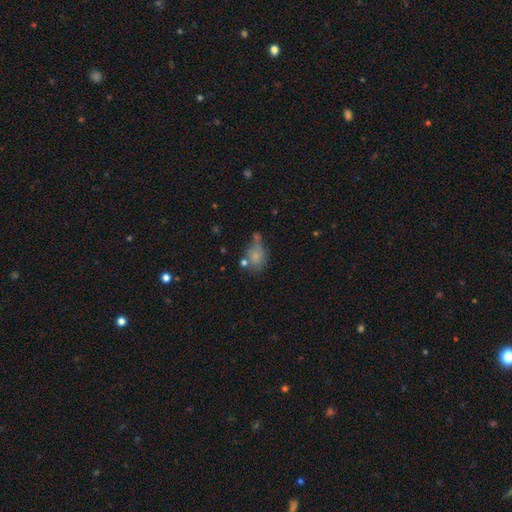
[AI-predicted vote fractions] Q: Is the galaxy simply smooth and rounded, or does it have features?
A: smooth — 70%.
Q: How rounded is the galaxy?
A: in between — 57%.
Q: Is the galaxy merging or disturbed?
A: none — 38%.